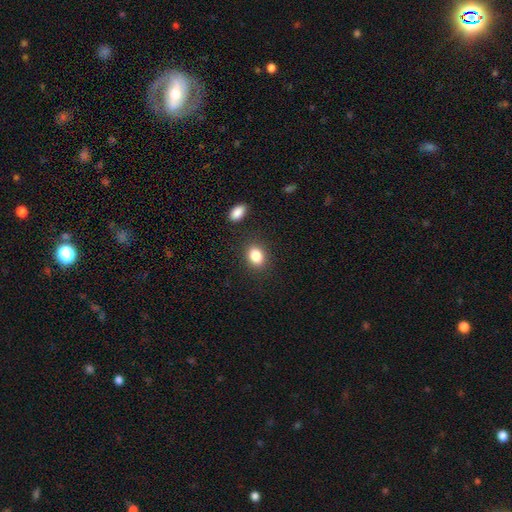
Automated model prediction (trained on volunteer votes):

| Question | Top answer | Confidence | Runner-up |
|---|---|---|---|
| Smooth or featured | smooth | 85% | star or artifact (10%) |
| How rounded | in between | 58% | round (41%) |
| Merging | none | 84% | minor disturbance (9%) |